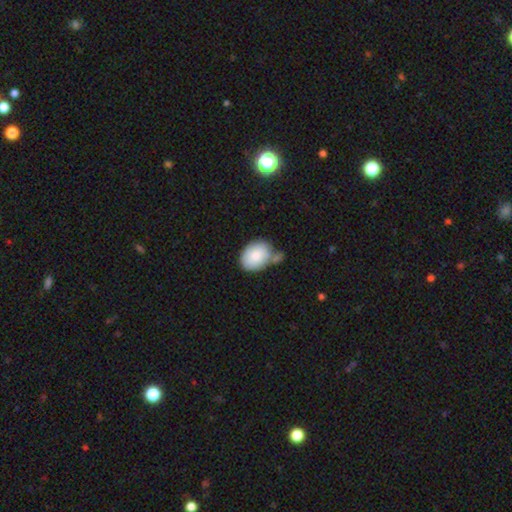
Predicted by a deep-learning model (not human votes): Morphology: type=smooth (83%); roundness=in between (70%); merging=none (48%).